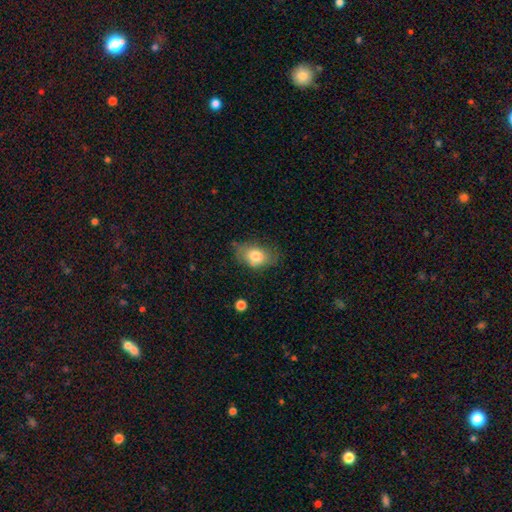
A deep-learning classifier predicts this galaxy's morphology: type=smooth (76%); roundness=in between (79%); merging=none (56%).